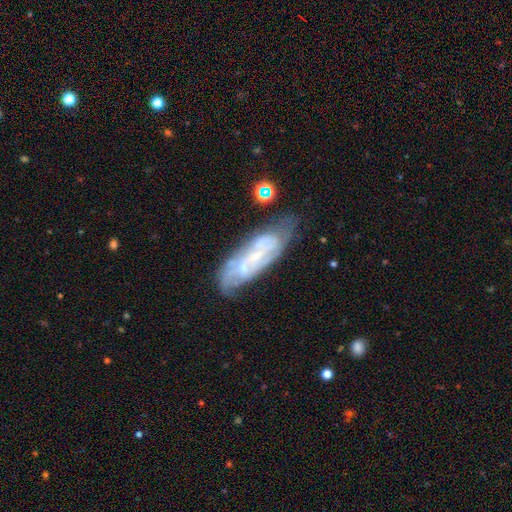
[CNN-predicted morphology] Smooth or featured? featured or disk (73%)
Edge-on disk? no (85%)
Bar? no (51%)
Spiral arms? yes (81%)
Spiral winding? tight (52%)
Spiral arm count? can't tell (45%)
Bulge size? small (68%)
Merging? none (59%)